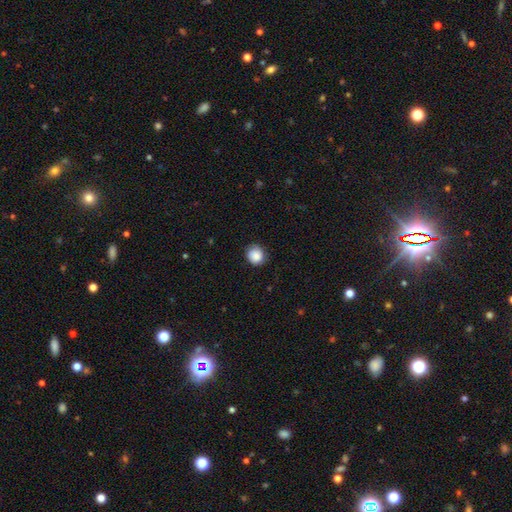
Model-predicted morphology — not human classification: Smooth or featured?
  - smooth: 87% *
  - star or artifact: 8%
  - featured or disk: 5%
How rounded?
  - round: 81% *
  - in between: 18%
  - cigar-shaped: 1%
Merging?
  - none: 79% *
  - minor disturbance: 17%
  - major disturbance: 3%
  - merger: 1%